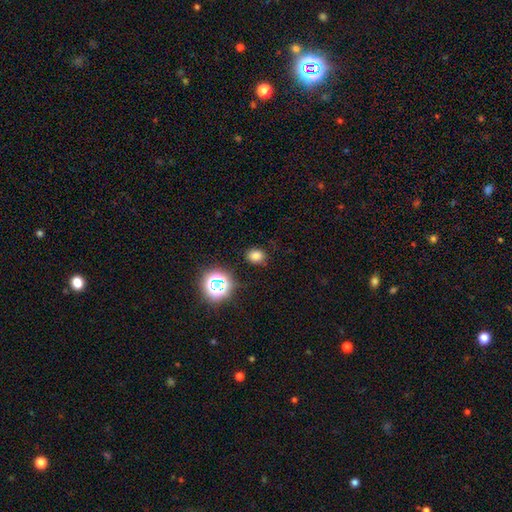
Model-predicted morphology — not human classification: Smooth or featured? smooth (76%)
How rounded? round (51%)
Merging? none (84%)